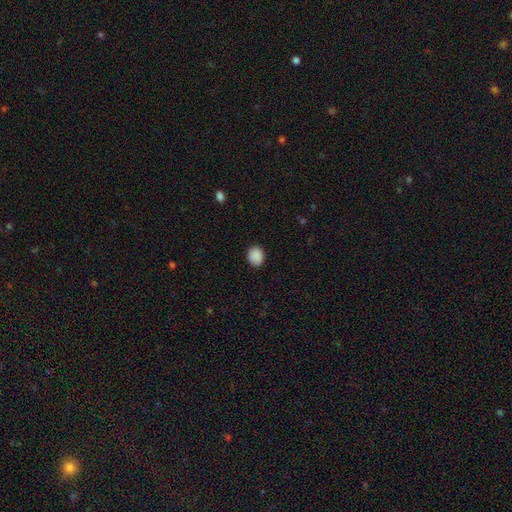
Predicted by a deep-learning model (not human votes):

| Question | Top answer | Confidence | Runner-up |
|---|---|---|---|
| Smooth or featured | smooth | 89% | star or artifact (8%) |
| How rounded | round | 58% | in between (41%) |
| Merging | none | 87% | minor disturbance (10%) |